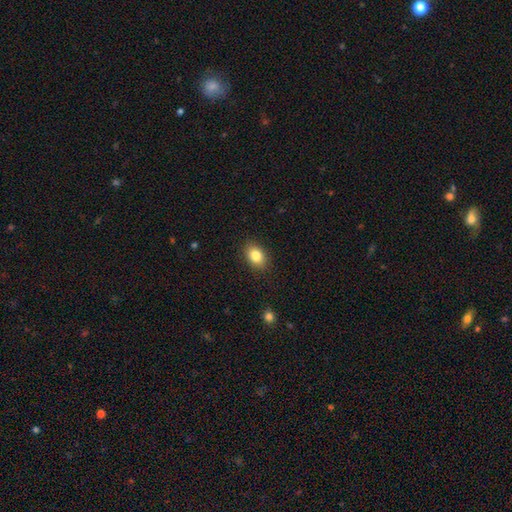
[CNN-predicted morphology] smooth-or-featured: smooth: 84% | star or artifact: 9% | featured or disk: 8%
  how-rounded: in between: 73% | round: 26% | cigar-shaped: 1%
  merging: none: 88% | minor disturbance: 9% | major disturbance: 2% | merger: 1%